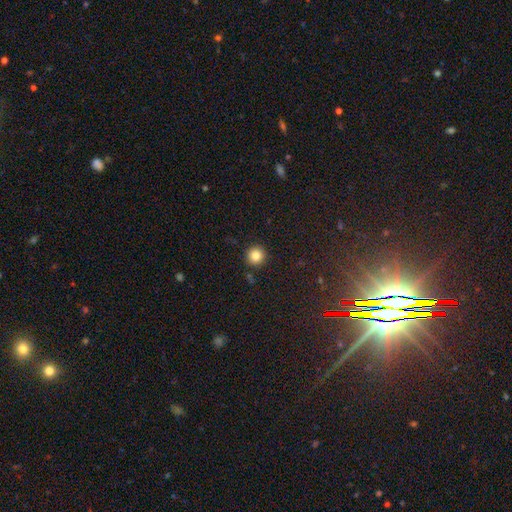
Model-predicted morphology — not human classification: type=smooth (82%); roundness=round (95%); merging=none (91%).